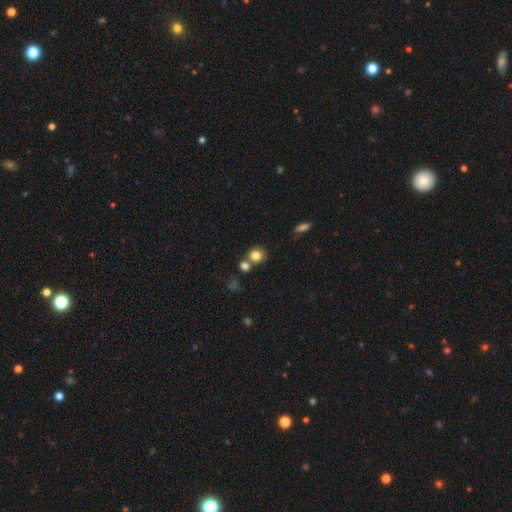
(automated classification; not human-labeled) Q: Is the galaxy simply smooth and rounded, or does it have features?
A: smooth — 80%.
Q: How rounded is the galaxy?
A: round — 82%.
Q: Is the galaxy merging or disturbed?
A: none — 59%.